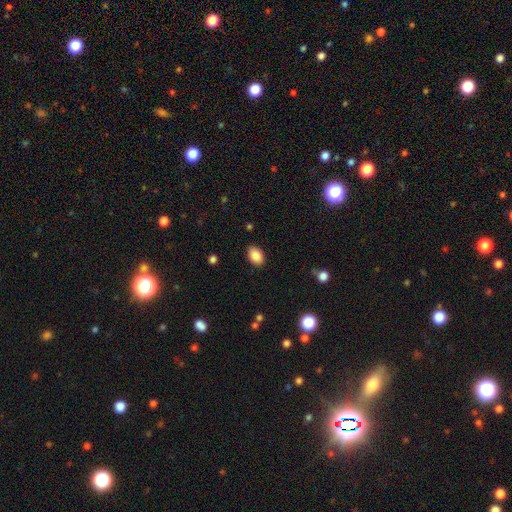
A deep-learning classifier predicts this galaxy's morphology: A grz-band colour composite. It shows a smooth galaxy with no disk features (88%) that is in between round and cigar-shaped (87%). Merging: none (88%).